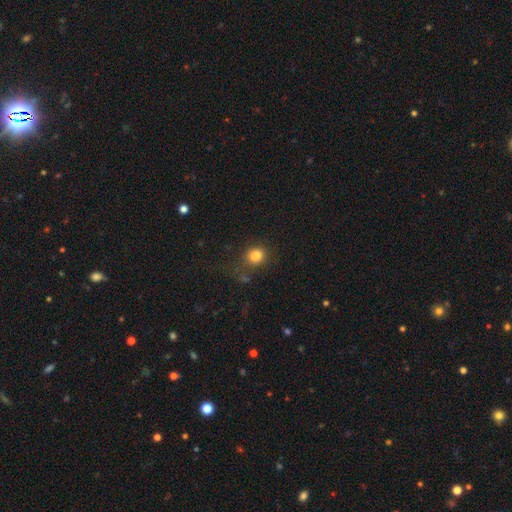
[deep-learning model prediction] Smooth or featured?
  - smooth: 83% *
  - star or artifact: 11%
  - featured or disk: 5%
How rounded?
  - round: 71% *
  - in between: 28%
  - cigar-shaped: 1%
Merging?
  - none: 66% *
  - minor disturbance: 18%
  - major disturbance: 11%
  - merger: 6%